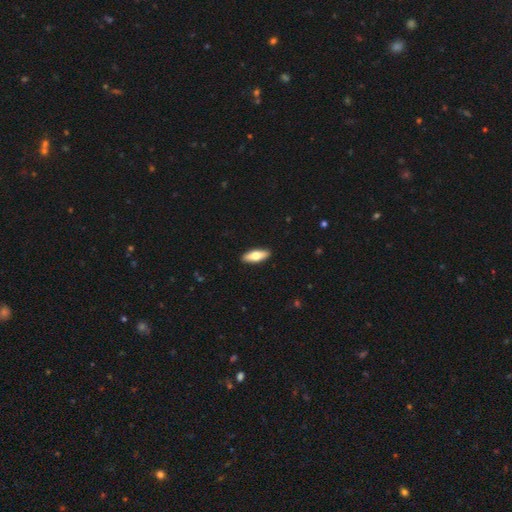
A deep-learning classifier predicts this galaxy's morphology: The model was most divided on "how rounded": in between: 65%, cigar-shaped: 32%, round: 3%. More confident: merging — none (91%); smooth or featured — smooth (66%).